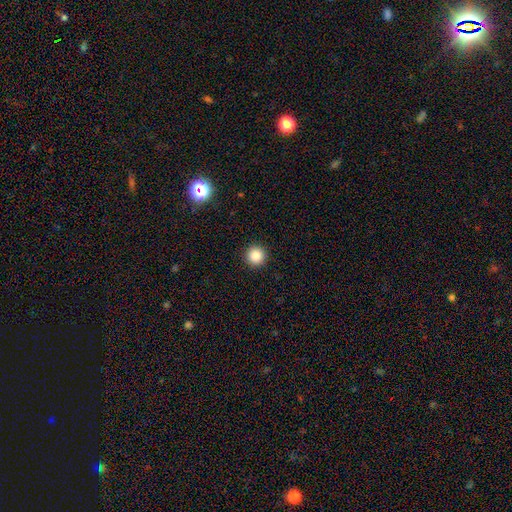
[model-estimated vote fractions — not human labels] Smooth or featured? Predicted: smooth (p=0.86). How rounded? Predicted: round (p=0.96). Merging? Predicted: none (p=0.93).